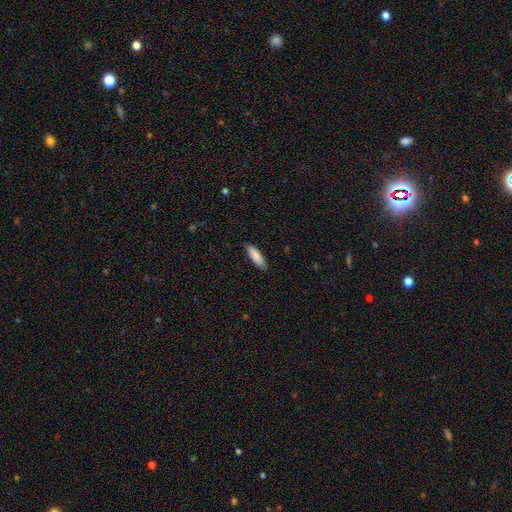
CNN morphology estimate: A smooth galaxy with no disk features (86%) that is cigar-shaped (60%). Merging: none (88%).